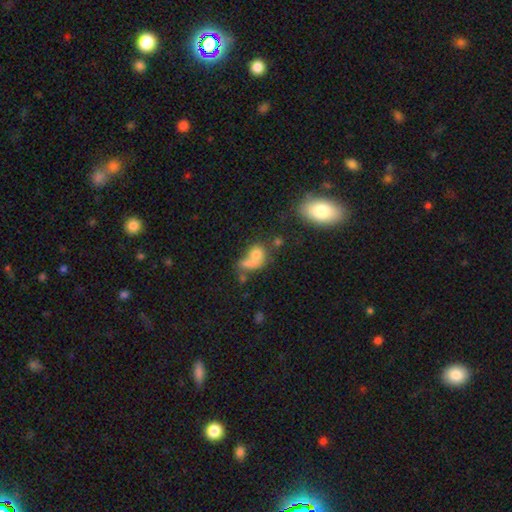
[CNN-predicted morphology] Smooth or featured?
  - smooth: 69% *
  - featured or disk: 18%
  - star or artifact: 13%
How rounded?
  - round: 49% *
  - in between: 48%
  - cigar-shaped: 3%
Merging?
  - merger: 46% *
  - none: 29%
  - major disturbance: 14%
  - minor disturbance: 11%